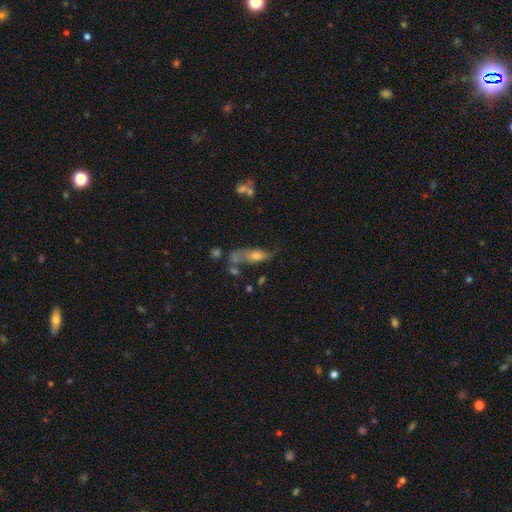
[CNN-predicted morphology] A smooth galaxy with no disk features (43%). Merging: none (35%).